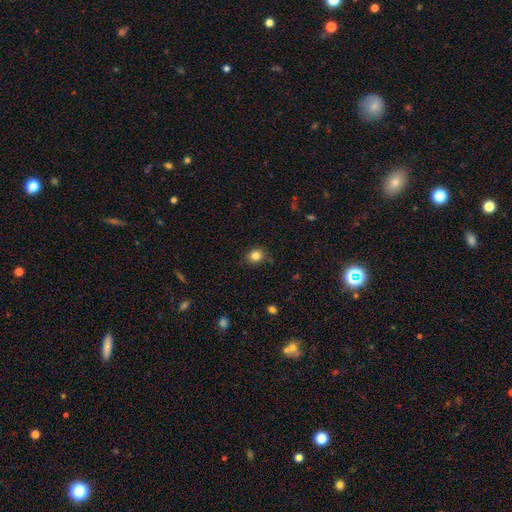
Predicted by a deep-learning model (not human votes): Morphology: type=smooth (84%); roundness=round (73%); merging=none (87%).